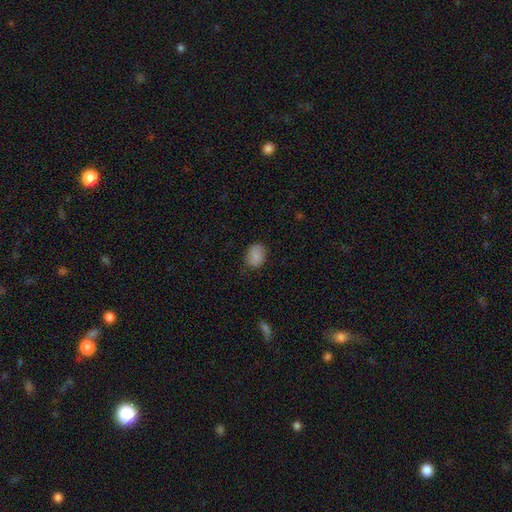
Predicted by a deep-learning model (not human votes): smooth 86%, star or artifact 8%, featured or disk 6%. Down the decision tree: how rounded — in between (61%); merging — none (78%).